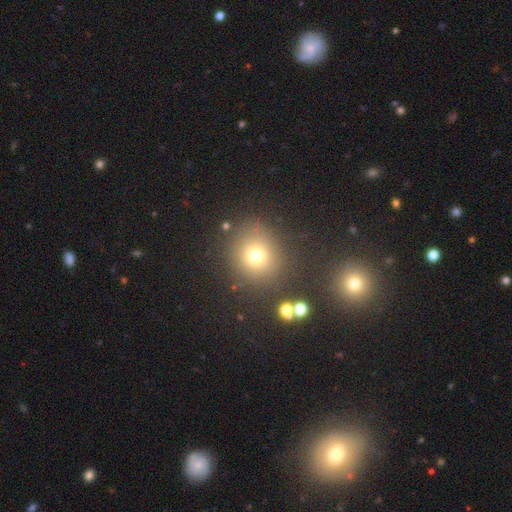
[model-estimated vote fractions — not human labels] Smooth or featured: smooth — 71% (star or artifact — 19%)
How rounded: round — 87% (in between — 12%)
Merging: none — 83% (minor disturbance — 9%)